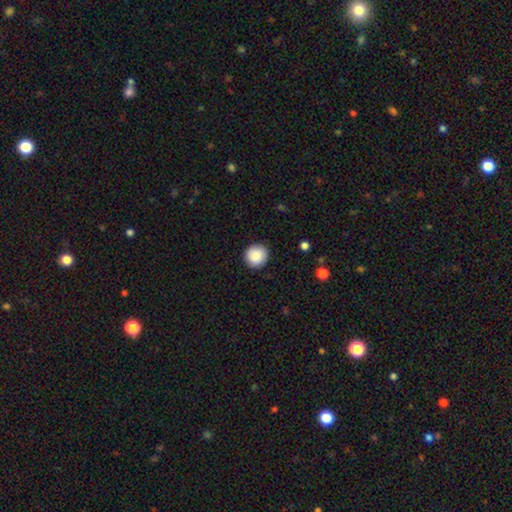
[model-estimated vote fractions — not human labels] Morphology: type=smooth (87%); roundness=round (93%); merging=none (90%).